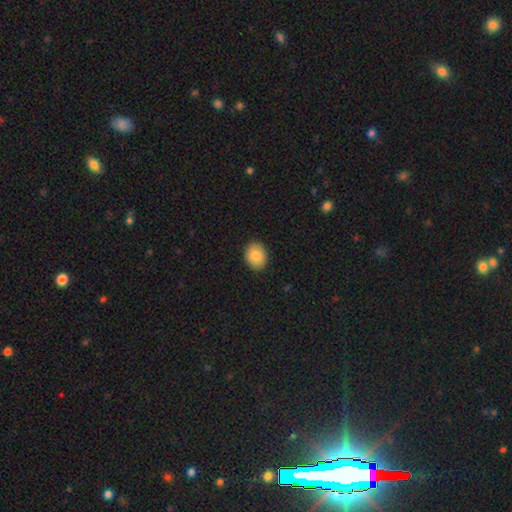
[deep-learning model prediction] A smooth galaxy with no disk features (87%) that is round (53%). Merging: none (90%).